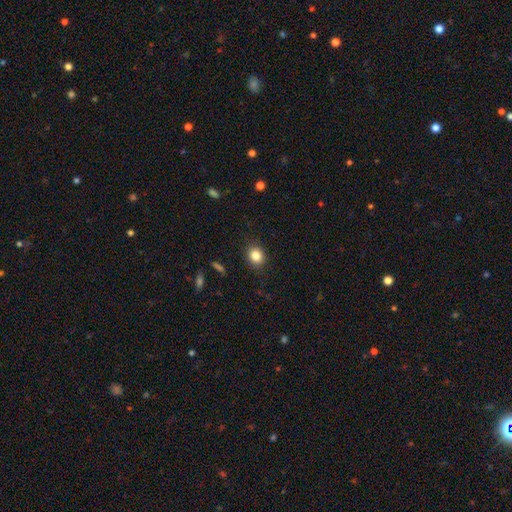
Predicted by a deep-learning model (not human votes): The model was most divided on "how rounded": round: 62%, in between: 37%, cigar-shaped: 1%. More confident: merging — none (88%); smooth or featured — smooth (84%).